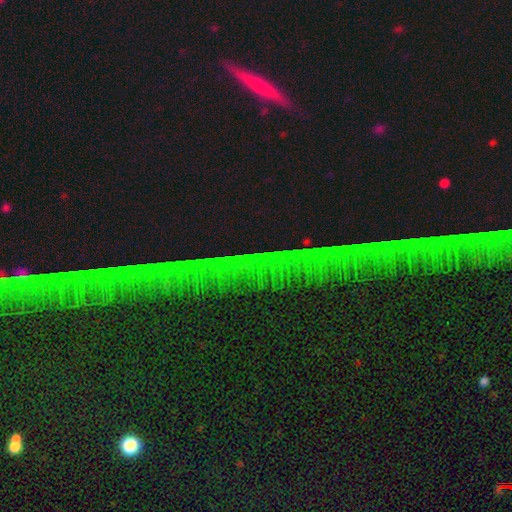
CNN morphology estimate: Smooth or featured: star or artifact — 80% (featured or disk — 11%)